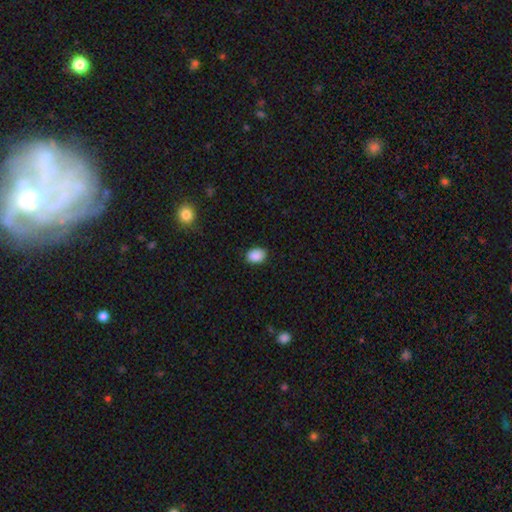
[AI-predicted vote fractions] A smooth galaxy with no disk features (89%) that is in between round and cigar-shaped (72%).

Vote fractions:
- Smooth or featured? smooth: 89% / star or artifact: 8% / featured or disk: 3%
- How rounded? in between: 72% / round: 27% / cigar-shaped: 1%
- Merging? none: 84% / minor disturbance: 13% / major disturbance: 2% / merger: 1%